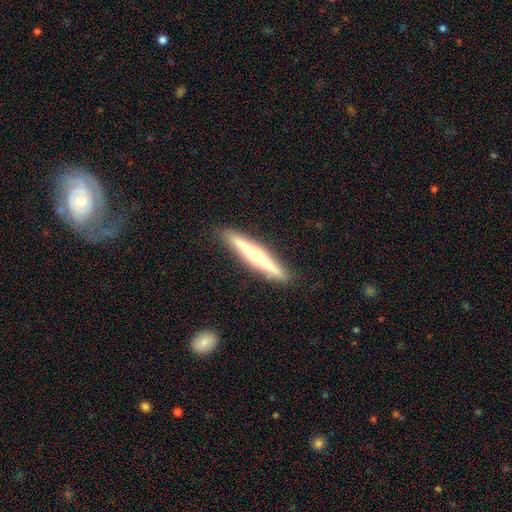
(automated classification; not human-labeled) Smooth or featured: featured or disk — 60% (smooth — 34%)
Edge-on disk: yes — 95% (no — 5%)
Edge-on bulge: rounded — 72% (none — 21%)
Merging: none — 87% (minor disturbance — 9%)